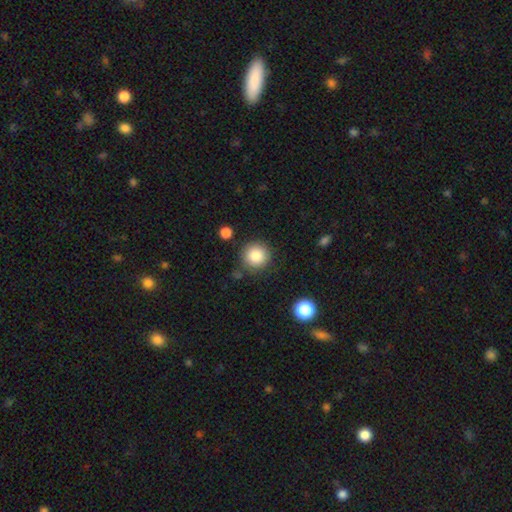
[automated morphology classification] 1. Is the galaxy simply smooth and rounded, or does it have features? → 85% smooth, 9% star or artifact, 6% featured or disk.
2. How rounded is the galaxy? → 94% round, 5% in between, 1% cigar-shaped.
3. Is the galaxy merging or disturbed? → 84% none, 9% minor disturbance, 4% merger, 3% major disturbance.